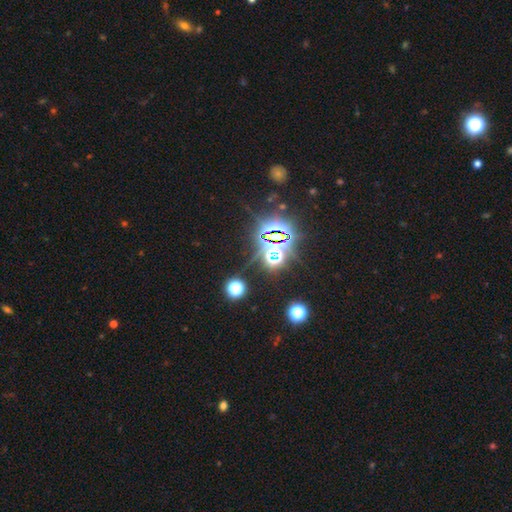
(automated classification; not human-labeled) Smooth or featured? Predicted: star or artifact (p=0.79).